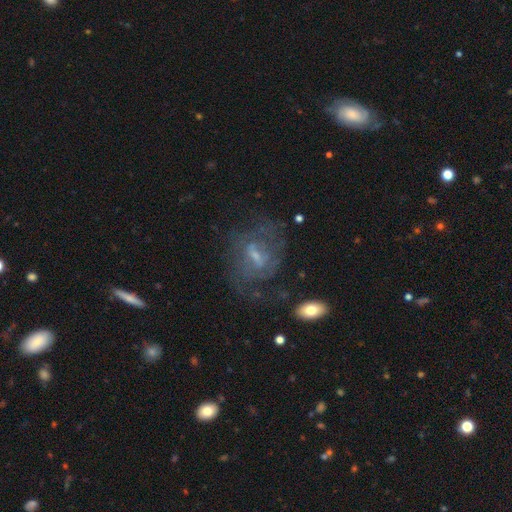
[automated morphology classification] smooth_or_featured: featured or disk (p=0.68) [alt: smooth p=0.19]
disk_edge_on: no (p=0.93) [alt: yes p=0.07]
bar: weak (p=0.53) [alt: no p=0.26]
has_spiral_arms: yes (p=0.72) [alt: no p=0.28]
bulge_size: small (p=0.53) [alt: moderate p=0.30]
merging: none (p=0.61) [alt: minor disturbance p=0.18]